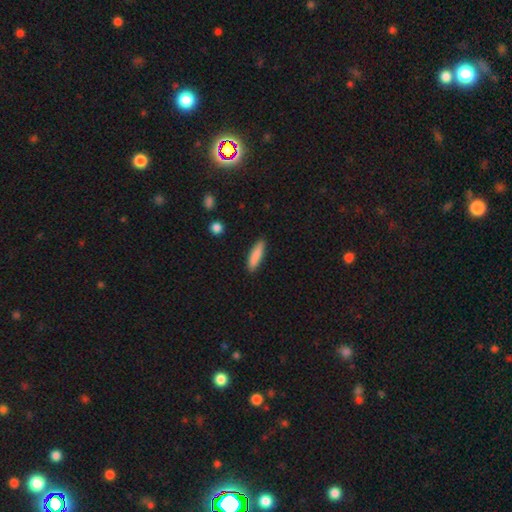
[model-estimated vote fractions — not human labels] Q: Smooth or featured?
A: smooth (85%); runner-up: featured or disk (9%)
Q: How rounded?
A: cigar-shaped (73%); runner-up: in between (25%)
Q: Merging?
A: none (89%); runner-up: minor disturbance (8%)